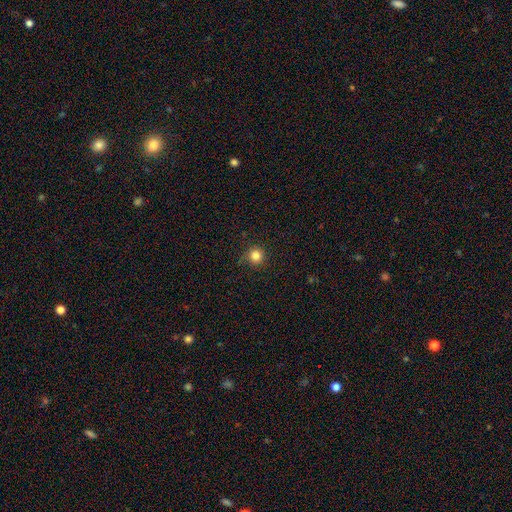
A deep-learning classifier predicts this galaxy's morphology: smooth-or-featured: smooth: 82% | star or artifact: 12% | featured or disk: 6%
  how-rounded: round: 94% | in between: 5% | cigar-shaped: 1%
  merging: none: 82% | minor disturbance: 13% | major disturbance: 4% | merger: 1%